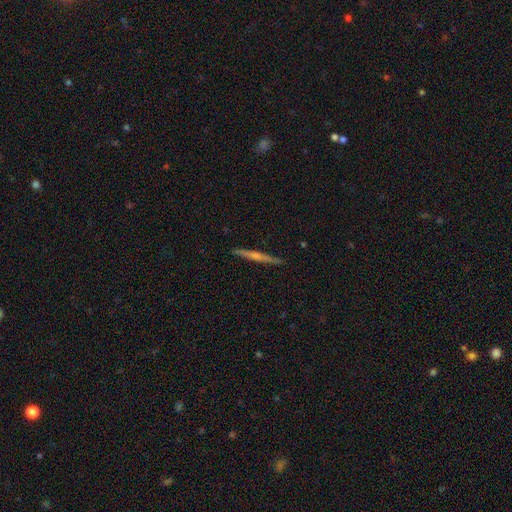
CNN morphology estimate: Overall: featured or disk (68%). Edge-on disk: yes (98%). Edge-on bulge: rounded (64%; none 28%). Merging: none (91%).